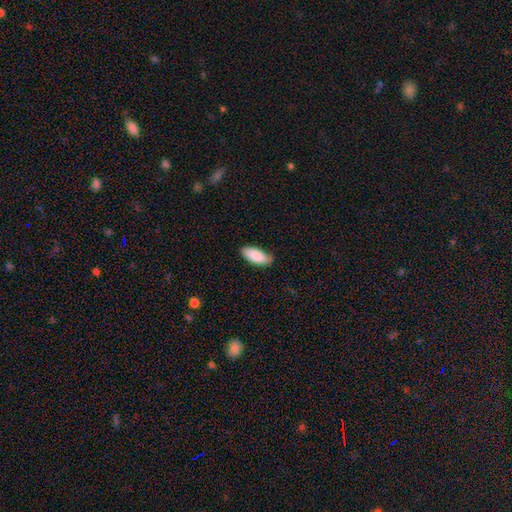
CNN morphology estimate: The model was most divided on "merging": none: 82%, minor disturbance: 15%, major disturbance: 2%, merger: 1%. More confident: smooth or featured — smooth (89%); how rounded — in between (87%).